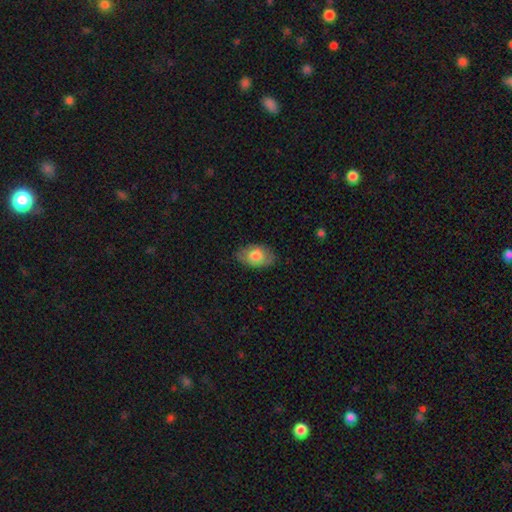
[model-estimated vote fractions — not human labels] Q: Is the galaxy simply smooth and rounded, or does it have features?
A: smooth — 75%.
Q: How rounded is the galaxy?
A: in between — 91%.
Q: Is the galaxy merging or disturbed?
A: none — 79%.